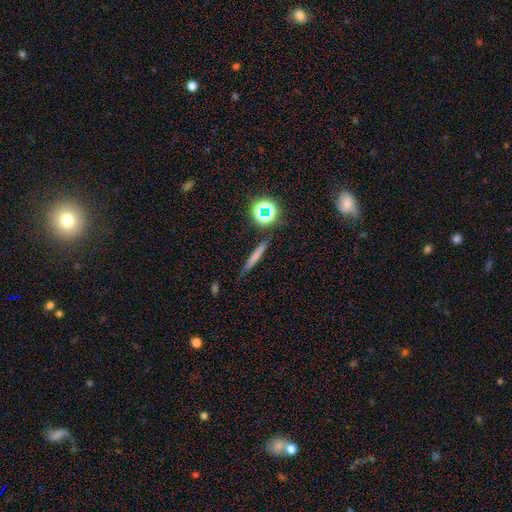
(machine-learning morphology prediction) Overall: smooth (64%). How rounded: cigar-shaped (87%). Merging: none (82%).